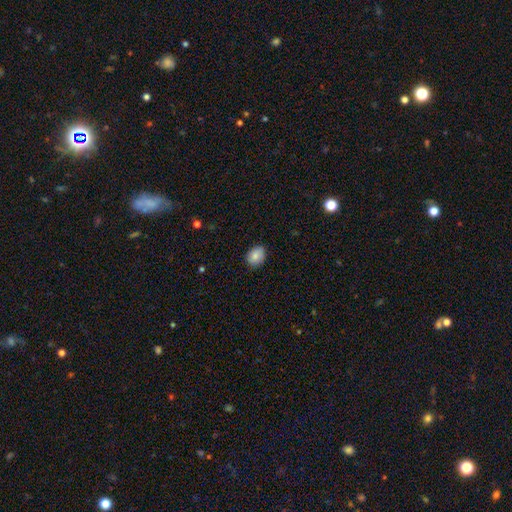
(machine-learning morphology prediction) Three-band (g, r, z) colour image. It shows a smooth galaxy with no disk features (84%) that is in between round and cigar-shaped (59%). Merging: none (80%).